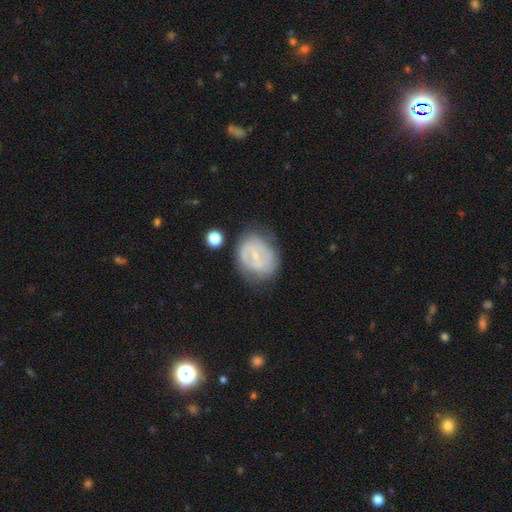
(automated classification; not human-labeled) A featured or disk galaxy (59%) with a weak bar (44%), spiral arms (56%) and a small central bulge (71%). Merging: none (62%).